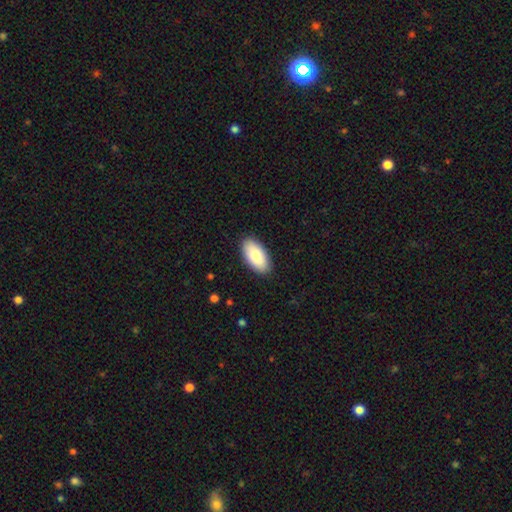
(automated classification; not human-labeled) Overall: smooth (85%). How rounded: in between (95%). Merging: none (90%).